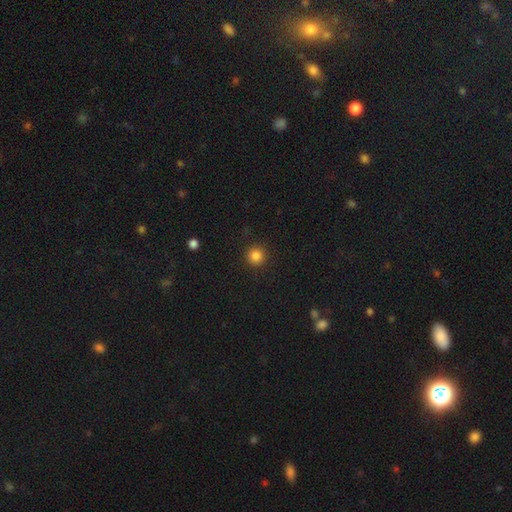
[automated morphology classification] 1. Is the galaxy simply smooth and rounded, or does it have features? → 85% smooth, 11% star or artifact, 3% featured or disk.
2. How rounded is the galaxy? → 95% round, 4% in between, 1% cigar-shaped.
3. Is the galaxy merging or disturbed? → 91% none, 5% minor disturbance, 2% major disturbance, 1% merger.